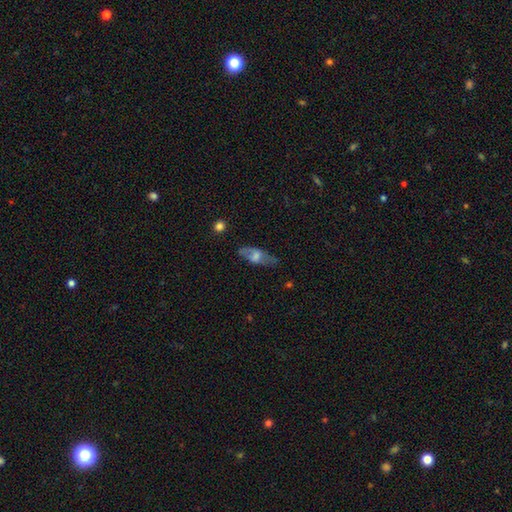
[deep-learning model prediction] This appears to be a featured or disk galaxy (48%). Merging: none (65%).